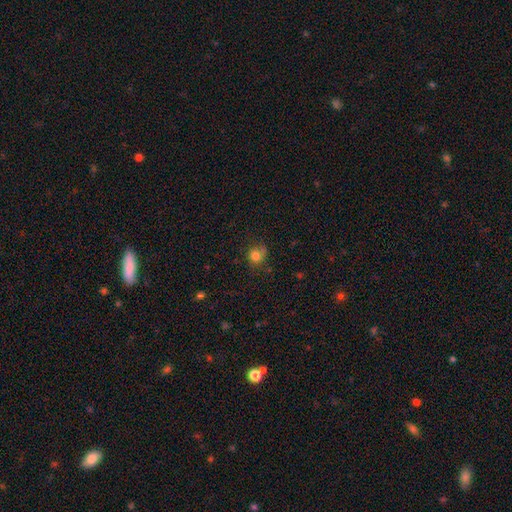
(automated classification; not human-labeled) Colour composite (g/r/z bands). It shows a smooth galaxy with no disk features (79%) that is round (81%). Merging: none (64%).